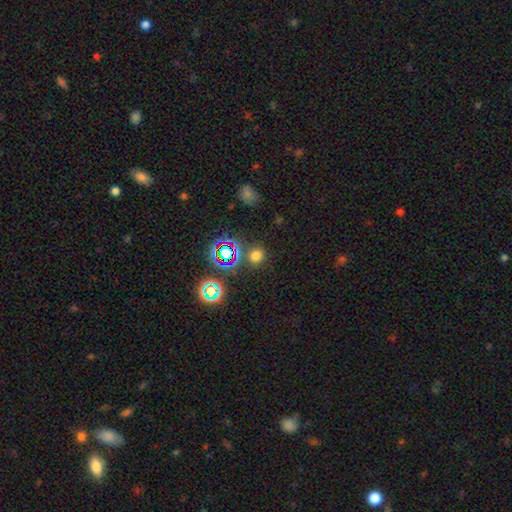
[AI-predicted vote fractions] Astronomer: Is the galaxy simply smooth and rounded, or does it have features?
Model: smooth — 66%.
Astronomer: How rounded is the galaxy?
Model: round — 90%.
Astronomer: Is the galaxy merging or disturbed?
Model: none — 82%.